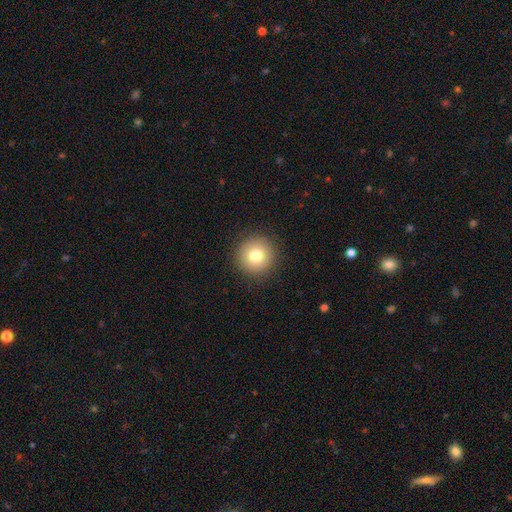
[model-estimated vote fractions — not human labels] Overall: smooth (78%). How rounded: round (96%). Merging: none (91%).